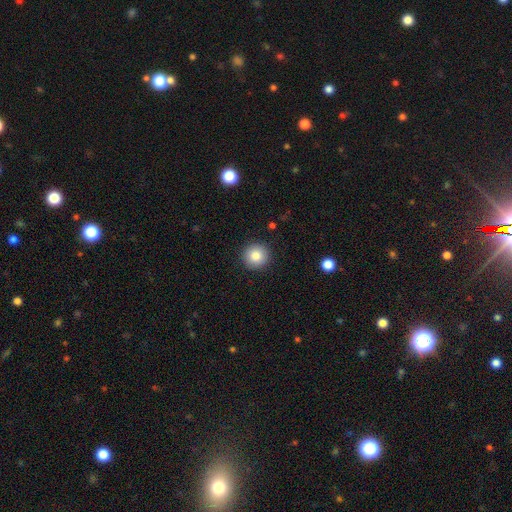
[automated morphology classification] A smooth galaxy with no disk features (84%) that is round (95%). Merging: none (92%).